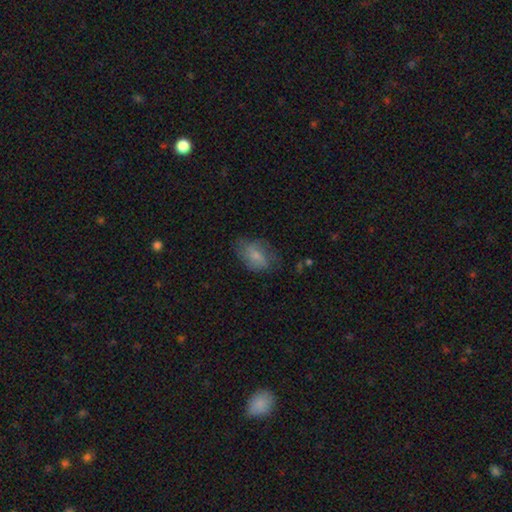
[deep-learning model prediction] Smooth or featured: smooth — 62% (featured or disk — 29%)
How rounded: in between — 85% (round — 12%)
Merging: none — 57% (minor disturbance — 28%)